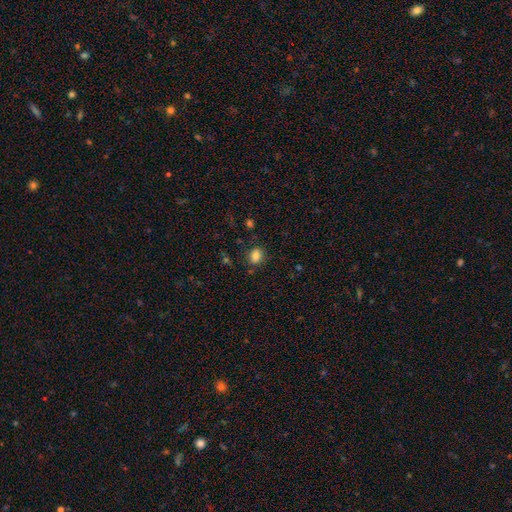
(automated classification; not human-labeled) Overall: smooth (83%). How rounded: in between (53%; round 46%). Merging: none (81%).